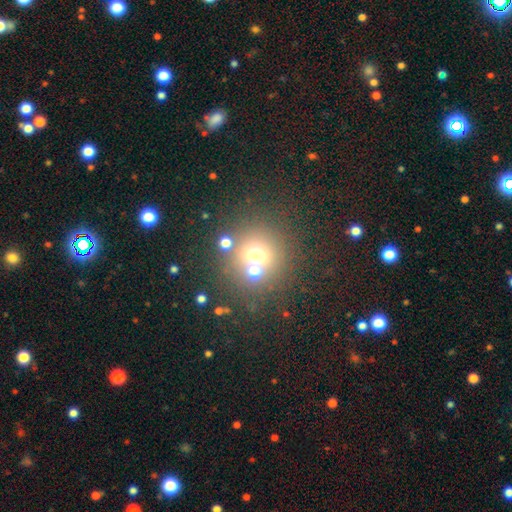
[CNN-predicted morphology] This appears to be a smooth galaxy with no disk features (61%) that is round (92%). Merging: none (63%).